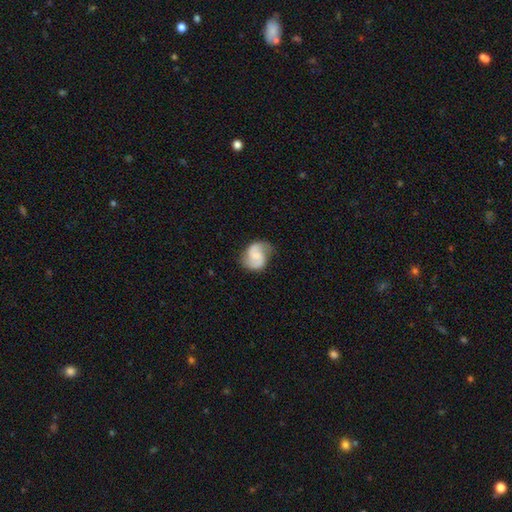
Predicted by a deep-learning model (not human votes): Smooth or featured: featured or disk — 74% (smooth — 20%)
Edge-on disk: no — 98% (yes — 2%)
Bar: weak — 48% (no — 40%)
Spiral arms: yes — 95% (no — 5%)
Spiral winding: medium — 47% (loose — 36%)
Spiral arm count: 2 — 90% (can't tell — 4%)
Bulge size: small — 42% (moderate — 27%)
Merging: none — 71% (minor disturbance — 21%)